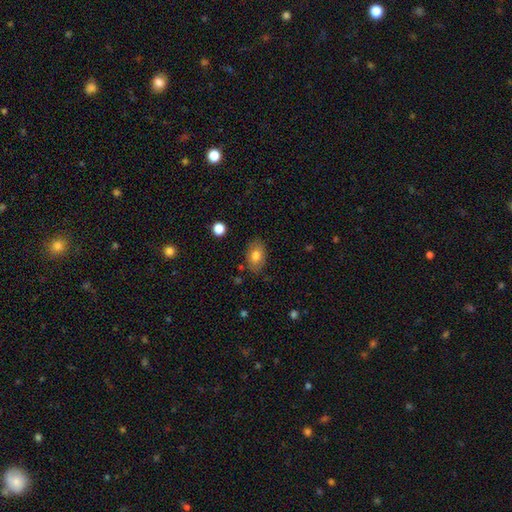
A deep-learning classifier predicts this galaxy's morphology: Smooth or featured? smooth (76%)
How rounded? in between (86%)
Merging? none (75%)